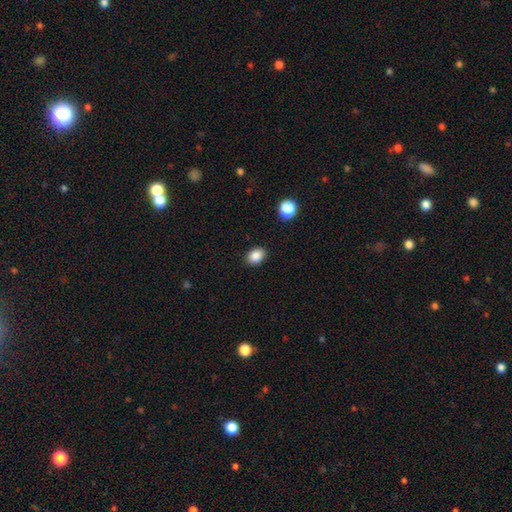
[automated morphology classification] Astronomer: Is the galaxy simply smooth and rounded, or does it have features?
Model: smooth — 86%.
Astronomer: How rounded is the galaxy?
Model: in between — 67%.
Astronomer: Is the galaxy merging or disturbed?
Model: none — 88%.